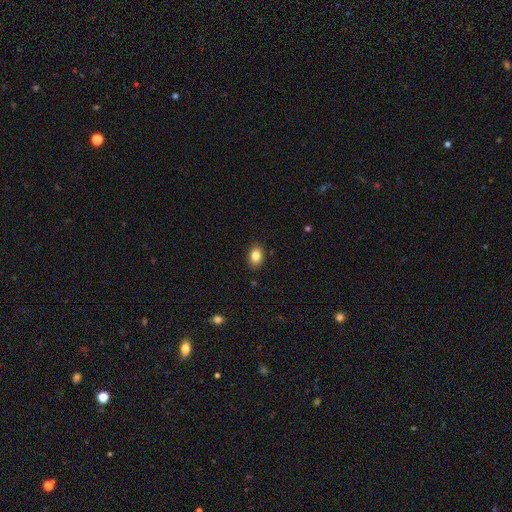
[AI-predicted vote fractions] A smooth galaxy with no disk features (82%) that is in between round and cigar-shaped (78%). Merging: none (88%).